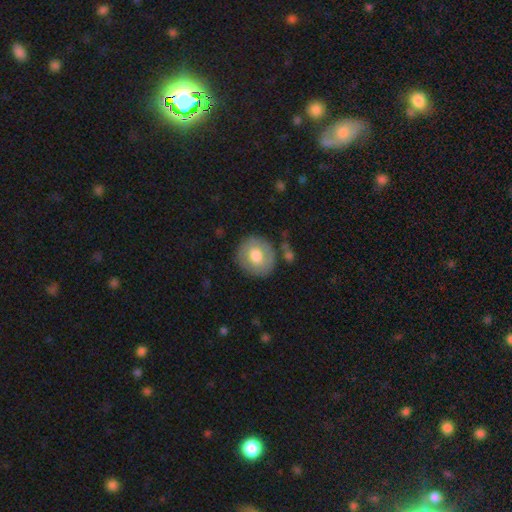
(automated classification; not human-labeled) Smooth or featured?
  - smooth: 70% *
  - featured or disk: 23%
  - star or artifact: 7%
How rounded?
  - round: 89% *
  - in between: 10%
  - cigar-shaped: 1%
Merging?
  - none: 82% *
  - minor disturbance: 11%
  - major disturbance: 4%
  - merger: 3%